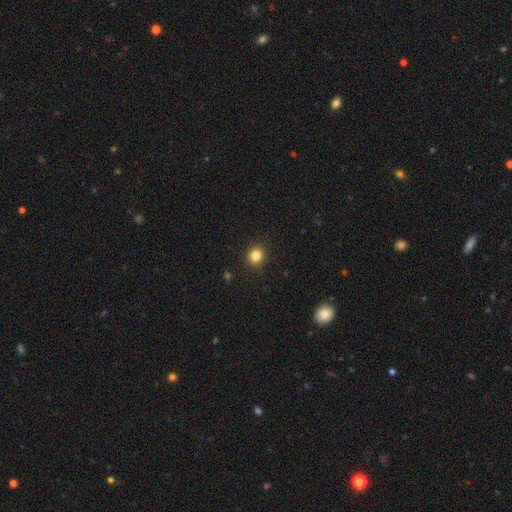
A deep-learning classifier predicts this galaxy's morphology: A smooth galaxy with no disk features (83%) that is round (87%). Merging: none (92%).